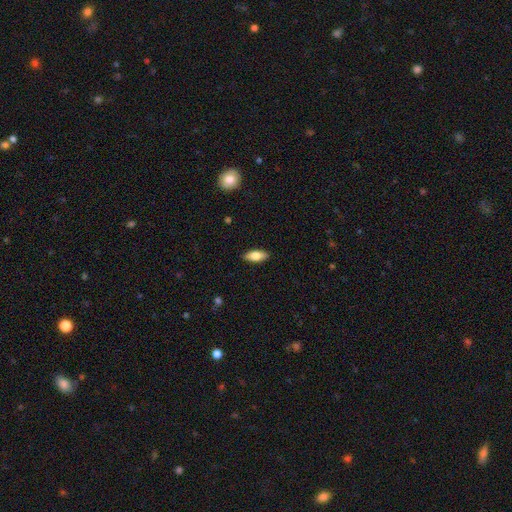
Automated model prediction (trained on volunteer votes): smooth-or-featured: smooth: 78% | featured or disk: 16% | star or artifact: 6%
  how-rounded: in between: 79% | cigar-shaped: 19% | round: 2%
  merging: none: 89% | minor disturbance: 8% | major disturbance: 2% | merger: 1%